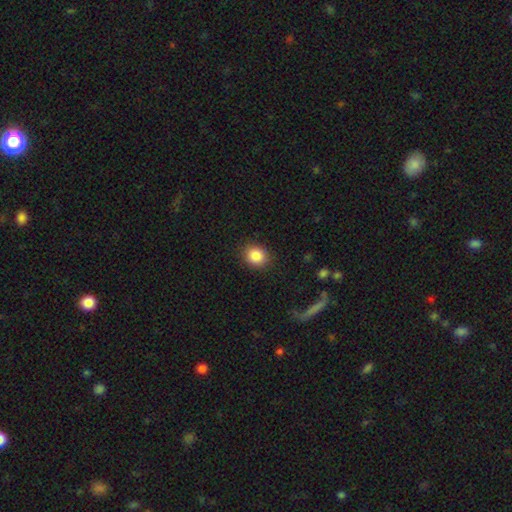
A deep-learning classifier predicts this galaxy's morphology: Smooth or featured? Predicted: smooth (p=0.86). How rounded? Predicted: round (p=0.69). Merging? Predicted: none (p=0.88).